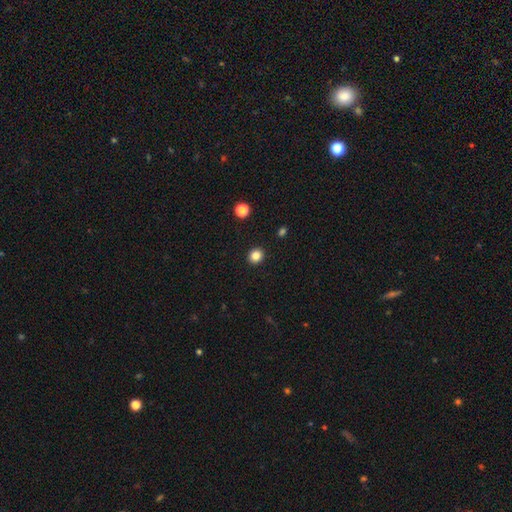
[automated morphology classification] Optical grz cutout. It shows a smooth galaxy with no disk features (84%) that is round (83%). Merging: none (92%).